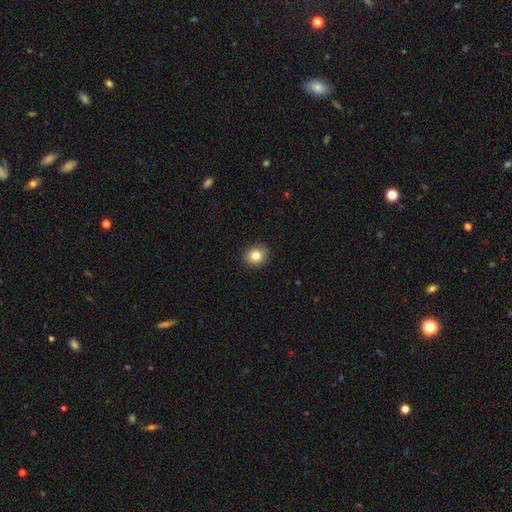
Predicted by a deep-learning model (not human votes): This appears to be a smooth galaxy with no disk features (83%) that is round (75%). Merging: none (91%).